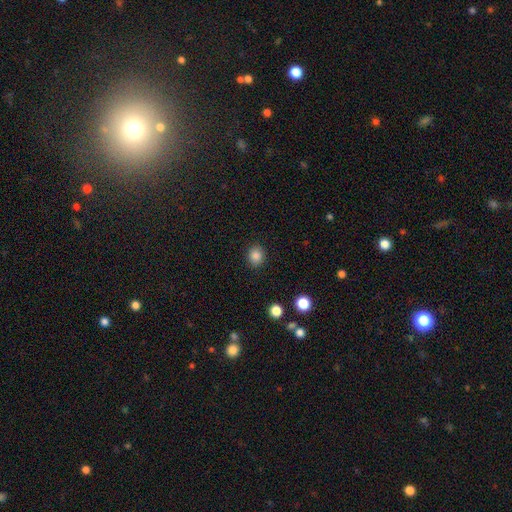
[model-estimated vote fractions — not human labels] This appears to be a smooth galaxy with no disk features (86%) that is round (77%). Merging: none (90%).